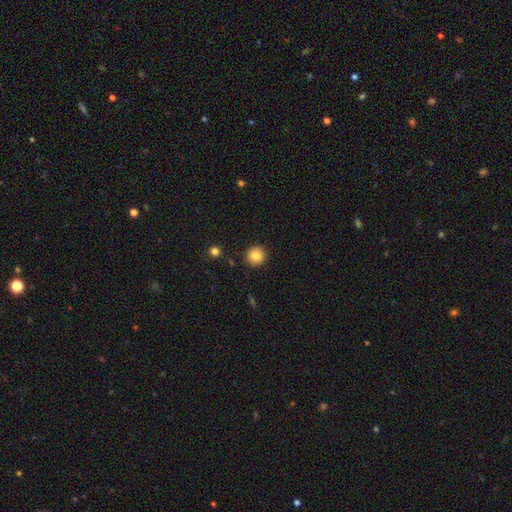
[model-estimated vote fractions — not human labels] Smooth or featured?
  - smooth: 84% *
  - star or artifact: 10%
  - featured or disk: 7%
How rounded?
  - round: 94% *
  - in between: 5%
  - cigar-shaped: 1%
Merging?
  - none: 91% *
  - minor disturbance: 6%
  - major disturbance: 2%
  - merger: 1%